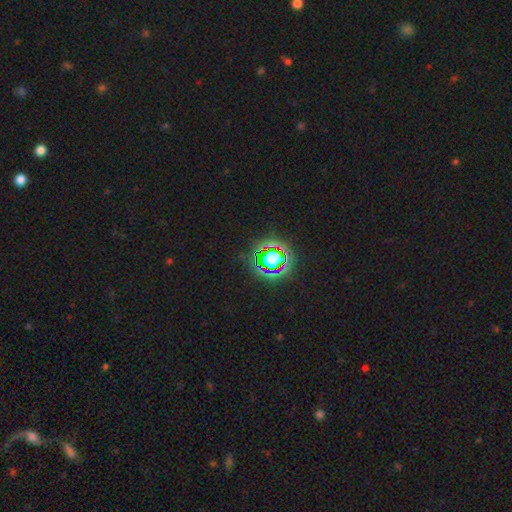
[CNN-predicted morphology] star or artifact 81%, smooth 13%, featured or disk 6%.